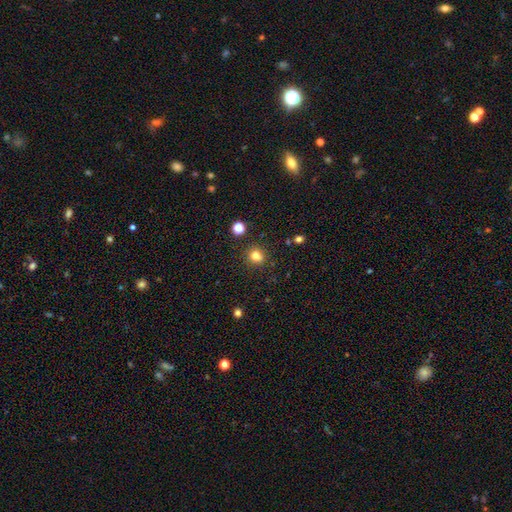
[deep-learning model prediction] A smooth galaxy with no disk features (81%) that is round (80%).

Vote fractions:
- Smooth or featured? smooth: 81% / star or artifact: 14% / featured or disk: 5%
- How rounded? round: 80% / in between: 19% / cigar-shaped: 1%
- Merging? none: 84% / minor disturbance: 9% / merger: 4% / major disturbance: 3%